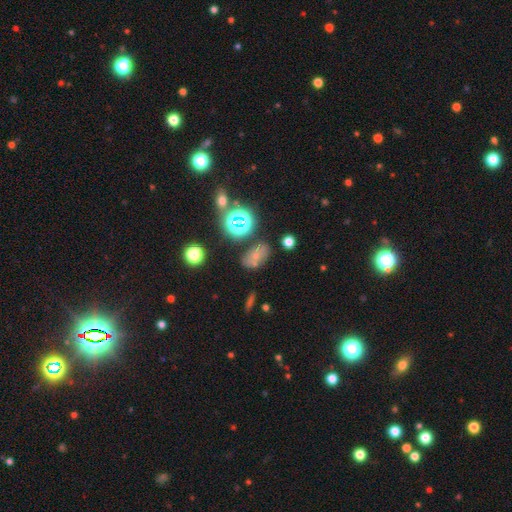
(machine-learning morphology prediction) A smooth galaxy with no disk features (53%) that is in between round and cigar-shaped (83%).

Vote fractions:
- Smooth or featured? smooth: 53% / star or artifact: 27% / featured or disk: 19%
- How rounded? in between: 83% / round: 14% / cigar-shaped: 3%
- Merging? none: 61% / minor disturbance: 18% / merger: 14% / major disturbance: 7%